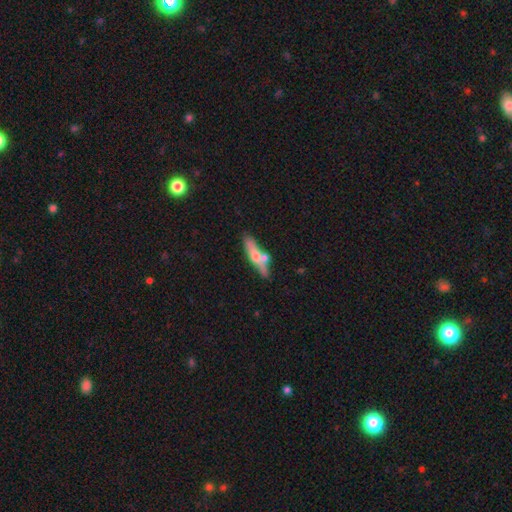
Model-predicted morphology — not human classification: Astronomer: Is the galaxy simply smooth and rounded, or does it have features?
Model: smooth — 52% (runner-up: featured or disk, 42%).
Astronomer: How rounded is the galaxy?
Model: cigar-shaped — 77%.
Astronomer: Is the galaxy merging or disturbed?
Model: none — 63%.